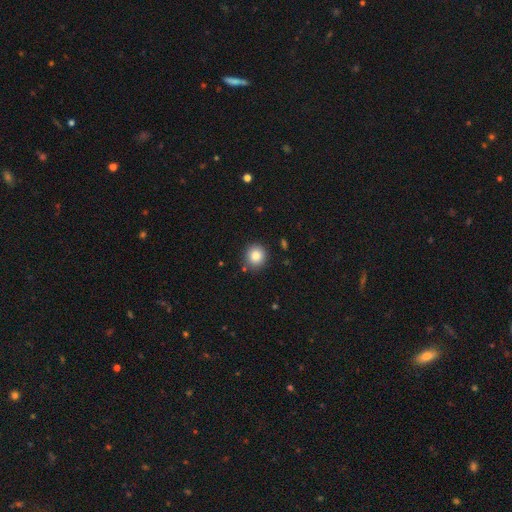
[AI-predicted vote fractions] Q: Smooth or featured?
A: smooth (84%); runner-up: star or artifact (10%)
Q: How rounded?
A: round (88%); runner-up: in between (11%)
Q: Merging?
A: none (87%); runner-up: minor disturbance (8%)